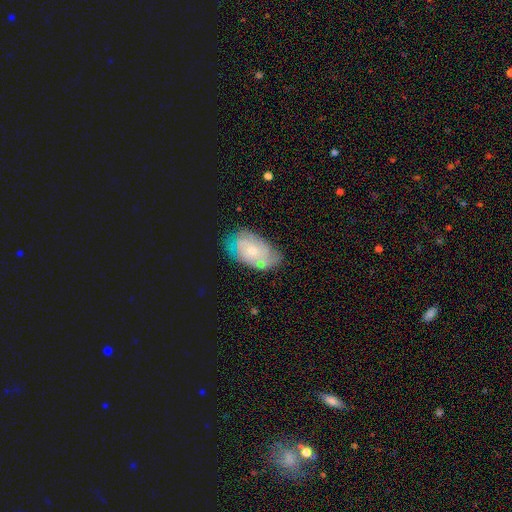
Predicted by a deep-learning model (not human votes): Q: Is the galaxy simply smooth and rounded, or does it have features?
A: featured or disk — 62%.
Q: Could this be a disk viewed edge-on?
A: no — 95%.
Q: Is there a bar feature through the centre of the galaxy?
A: no — 76%.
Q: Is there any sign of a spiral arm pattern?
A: yes — 83%.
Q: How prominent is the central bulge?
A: small — 62%.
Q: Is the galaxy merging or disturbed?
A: none — 64%.